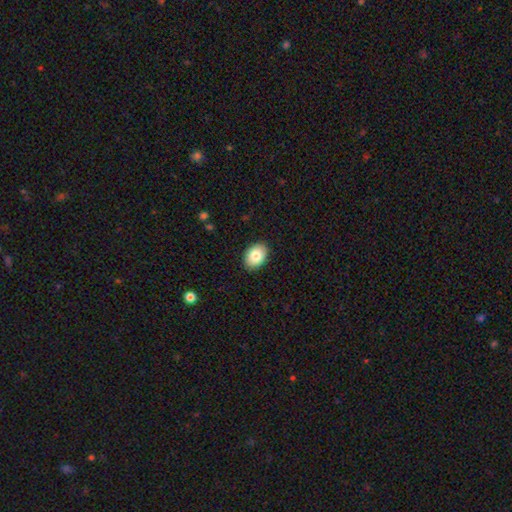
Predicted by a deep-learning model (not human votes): smooth-or-featured: smooth: 84% | featured or disk: 9% | star or artifact: 7%
  how-rounded: in between: 80% | round: 19% | cigar-shaped: 1%
  merging: none: 89% | minor disturbance: 8% | major disturbance: 2% | merger: 1%